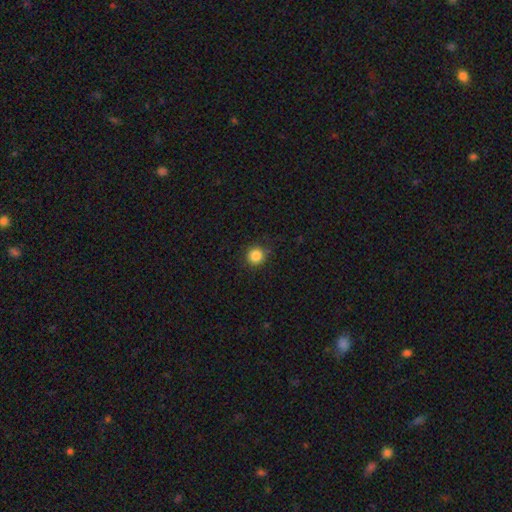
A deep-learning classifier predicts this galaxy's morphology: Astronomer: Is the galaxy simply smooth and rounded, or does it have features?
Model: smooth — 86%.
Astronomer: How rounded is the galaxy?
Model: round — 94%.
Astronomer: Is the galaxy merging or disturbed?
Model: none — 89%.